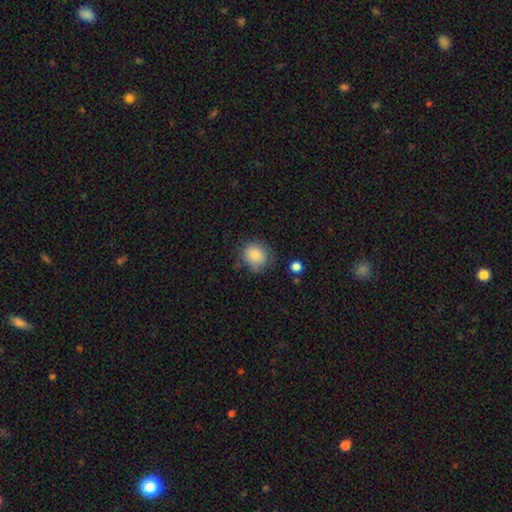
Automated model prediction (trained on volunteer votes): Smooth or featured? smooth (86%)
How rounded? round (76%)
Merging? none (67%)